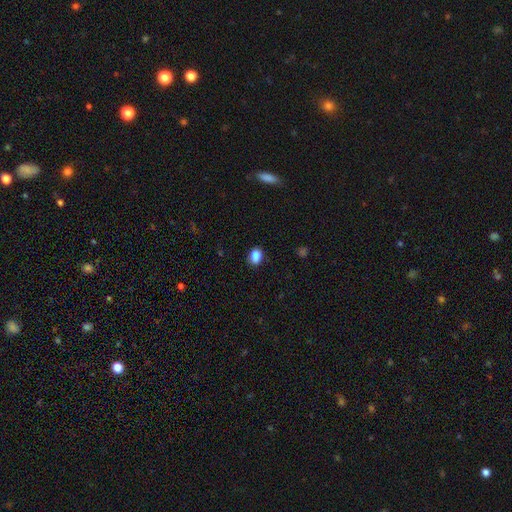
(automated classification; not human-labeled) Q: Smooth or featured?
A: smooth (86%); runner-up: star or artifact (10%)
Q: How rounded?
A: in between (69%); runner-up: round (29%)
Q: Merging?
A: none (79%); runner-up: minor disturbance (16%)